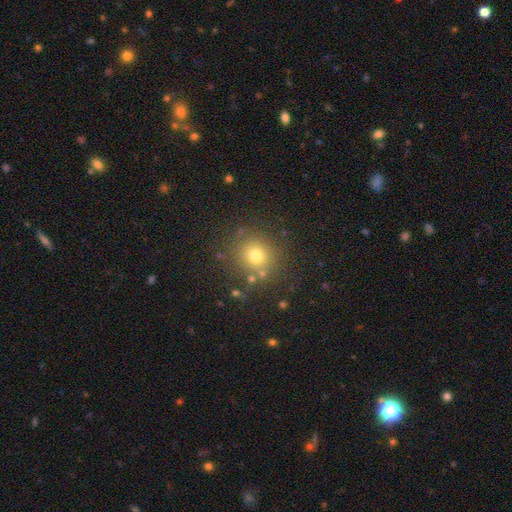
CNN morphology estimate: Smooth or featured? smooth (72%)
How rounded? round (88%)
Merging? none (81%)